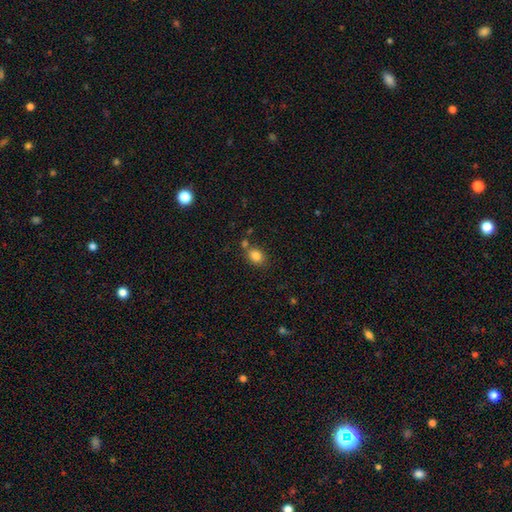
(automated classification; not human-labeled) Smooth or featured: smooth — 84% (star or artifact — 11%)
How rounded: in between — 55% (round — 44%)
Merging: none — 71% (merger — 13%)